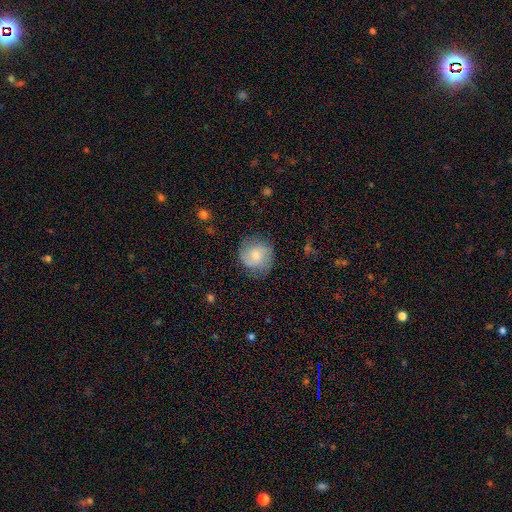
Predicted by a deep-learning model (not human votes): Morphology: type=smooth (61%); roundness=round (86%); merging=none (71%).